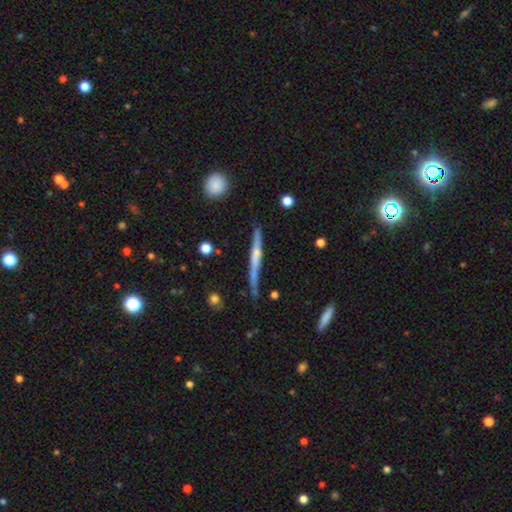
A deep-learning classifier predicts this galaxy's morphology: A featured or disk galaxy (60%) viewed edge-on (96%) with no central bulge (46%). Merging: none (76%).